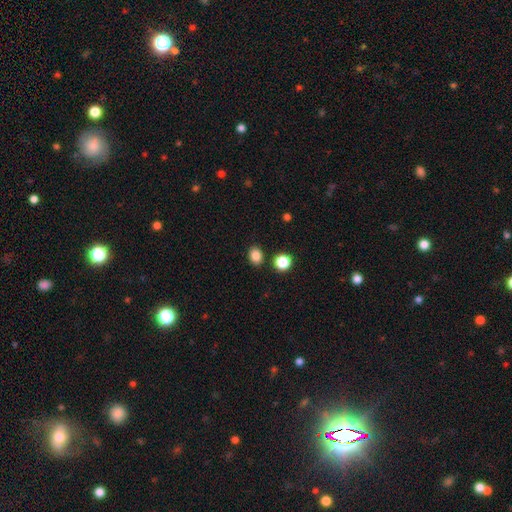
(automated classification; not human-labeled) Smooth or featured?
  - smooth: 85% *
  - star or artifact: 11%
  - featured or disk: 4%
How rounded?
  - in between: 54% *
  - round: 45%
  - cigar-shaped: 1%
Merging?
  - none: 86% *
  - minor disturbance: 8%
  - merger: 4%
  - major disturbance: 2%